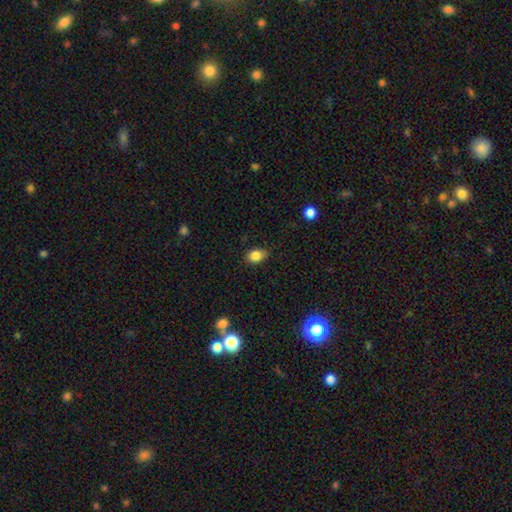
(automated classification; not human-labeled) This is clearly a smooth galaxy (85%). How rounded: likely in between (69%). Merging: likely none (73%).